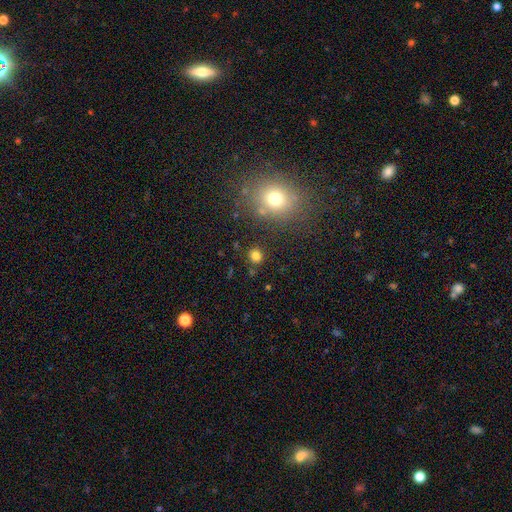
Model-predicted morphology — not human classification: Smooth or featured: smooth — 79% (star or artifact — 15%)
How rounded: round — 88% (in between — 11%)
Merging: none — 86% (minor disturbance — 7%)